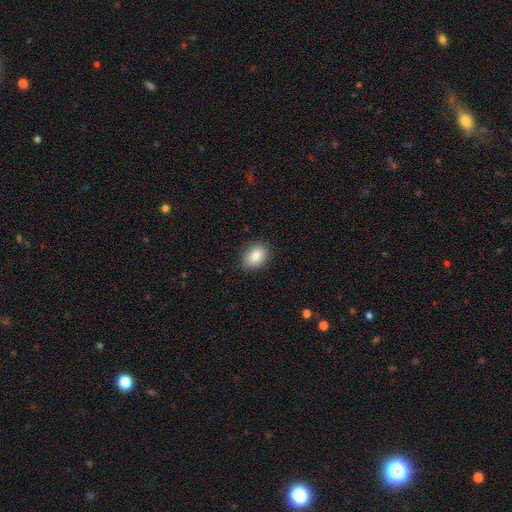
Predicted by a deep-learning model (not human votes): Smooth or featured? Predicted: smooth (p=0.85). How rounded? Predicted: in between (p=0.80). Merging? Predicted: none (p=0.87).